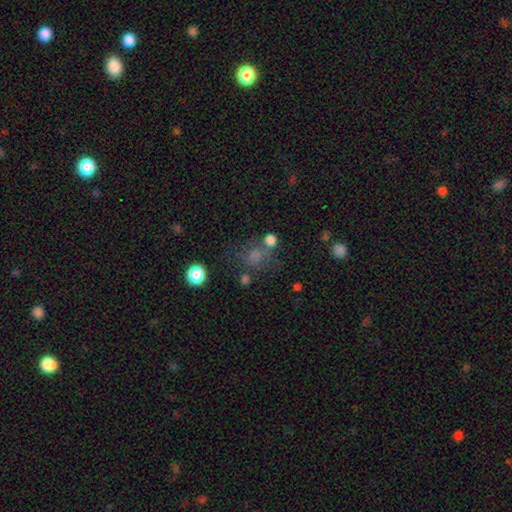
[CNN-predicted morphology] type=smooth (65%); roundness=round (77%); merging=none (59%).